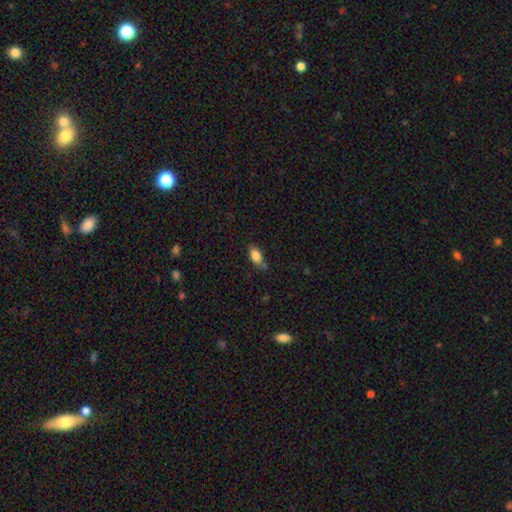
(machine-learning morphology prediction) The model was most divided on "merging": none: 65%, minor disturbance: 21%, merger: 9%, major disturbance: 5%. More confident: how rounded — in between (88%); smooth or featured — smooth (85%).